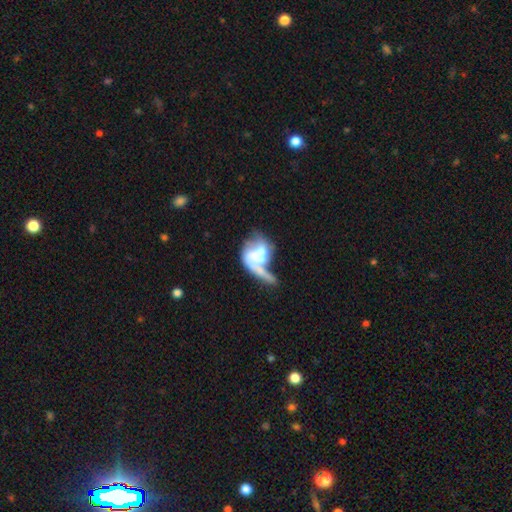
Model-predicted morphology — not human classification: Q: Smooth or featured?
A: featured or disk (55%); runner-up: smooth (38%)
Q: Edge-on disk?
A: no (95%); runner-up: yes (5%)
Q: Bar?
A: no (73%); runner-up: weak (20%)
Q: Spiral arms?
A: no (53%); runner-up: yes (47%)
Q: Bulge size?
A: none (35%); runner-up: moderate (25%)
Q: Merging?
A: merger (37%); runner-up: major disturbance (36%)